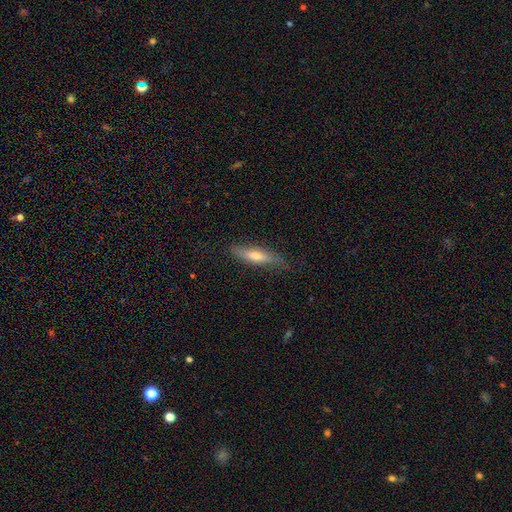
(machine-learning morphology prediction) A smooth galaxy with no disk features (57%) that is cigar-shaped (72%). Merging: none (77%).